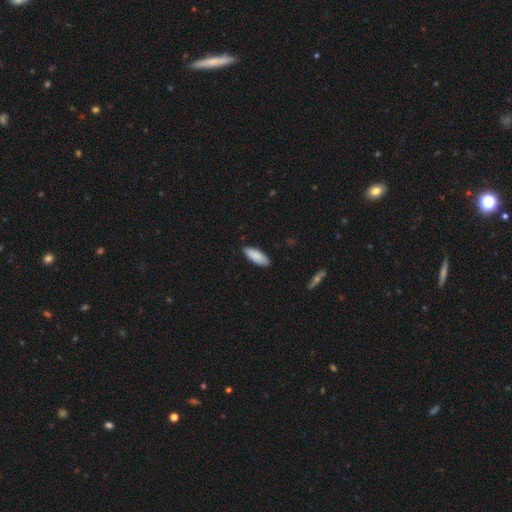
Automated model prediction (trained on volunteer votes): Smooth or featured? Predicted: smooth (p=0.89). How rounded? Predicted: in between (p=0.74). Merging? Predicted: none (p=0.85).